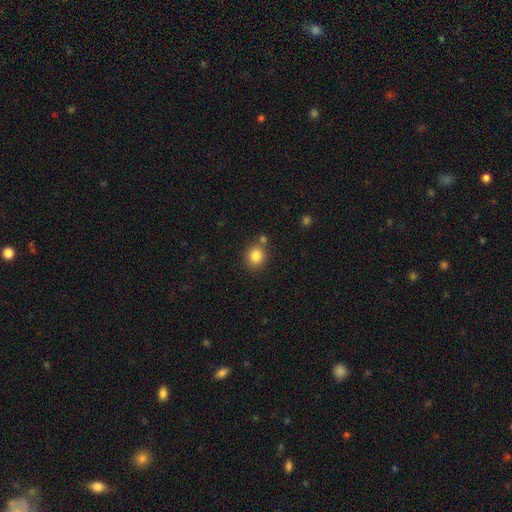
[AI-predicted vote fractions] This appears to be a smooth galaxy with no disk features (84%) that is round (78%). Merging: none (75%).